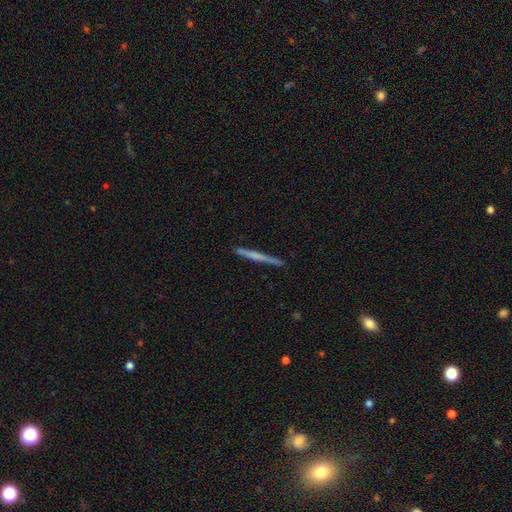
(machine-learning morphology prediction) This is possibly a smooth galaxy (48%). Merging: clearly none (90%).